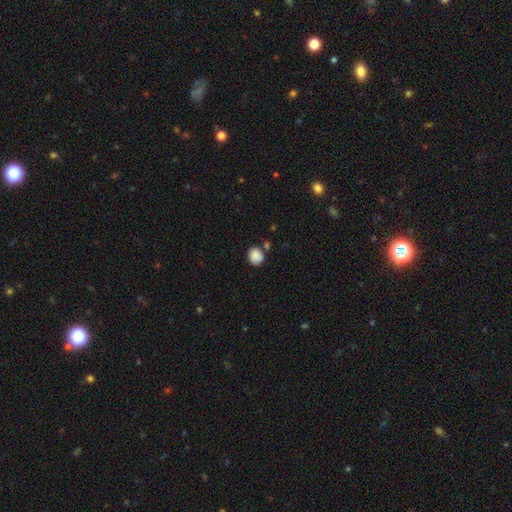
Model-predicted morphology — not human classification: Smooth or featured? Predicted: smooth (p=0.87). How rounded? Predicted: round (p=0.66). Merging? Predicted: none (p=0.70).